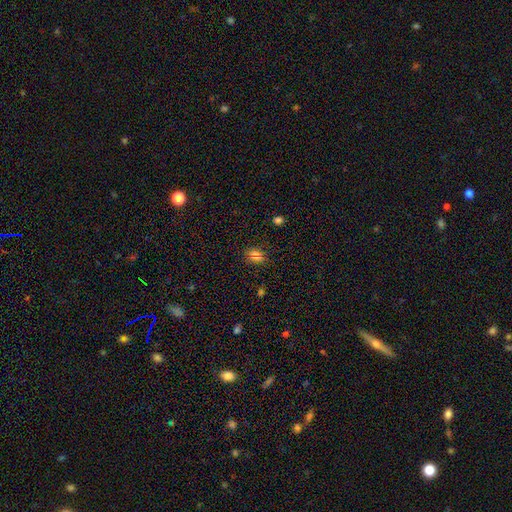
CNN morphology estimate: Overall: smooth (67%). How rounded: in between (53%; round 44%). Merging: none (82%).